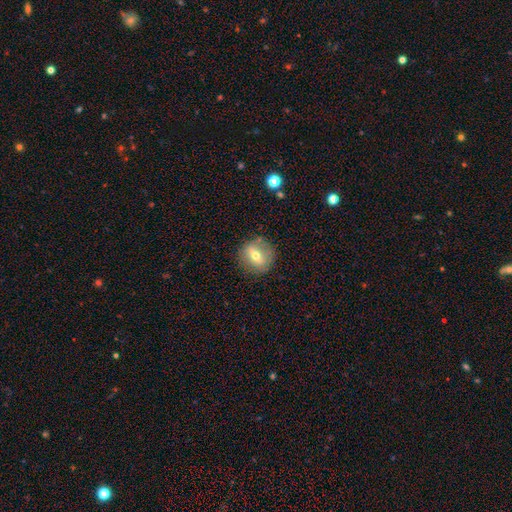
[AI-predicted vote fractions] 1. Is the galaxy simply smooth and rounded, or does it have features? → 52% smooth, 38% featured or disk, 9% star or artifact.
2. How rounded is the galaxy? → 84% round, 14% in between, 2% cigar-shaped.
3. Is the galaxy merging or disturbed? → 82% none, 13% minor disturbance, 4% major disturbance, 1% merger.